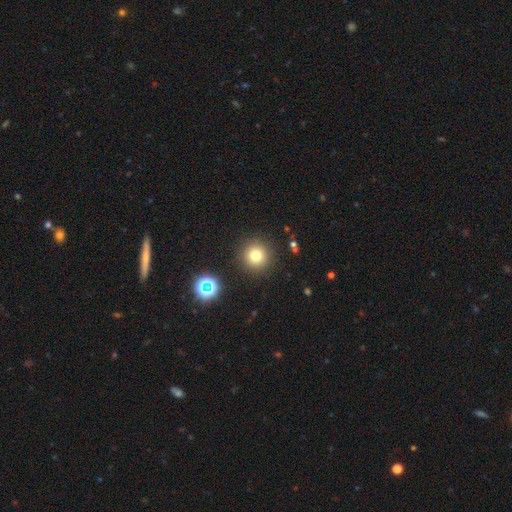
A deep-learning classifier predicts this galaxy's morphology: Overall: smooth (75%). How rounded: round (95%). Merging: none (90%).